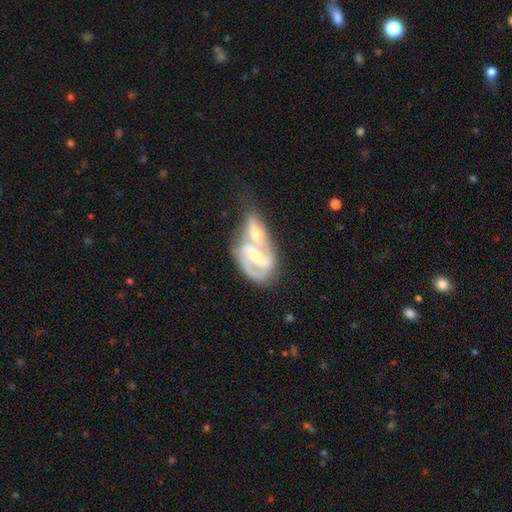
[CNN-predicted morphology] The model was most divided on "bulge size": moderate: 51%, small: 41%, large: 4%, none: 3%, dominant: 1%. Remaining: edge-on disk — no (95%); spiral arms — yes (84%); smooth or featured — featured or disk (82%); spiral arm count — 2 (77%); merging — merger (63%); bar — strong (55%); spiral winding — medium (45%).